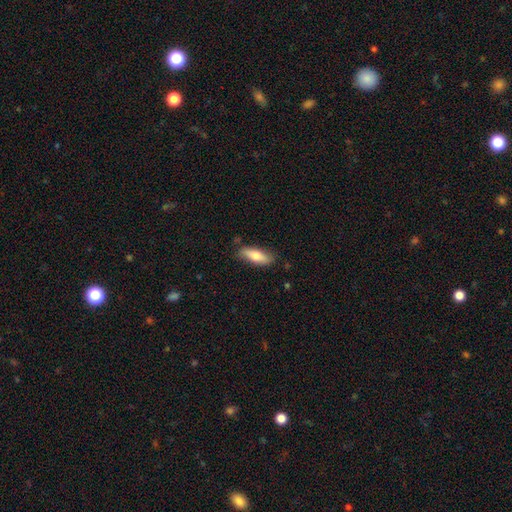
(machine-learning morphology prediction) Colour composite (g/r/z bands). It shows a smooth galaxy with no disk features (74%) that is in between round and cigar-shaped (61%). Merging: none (80%).